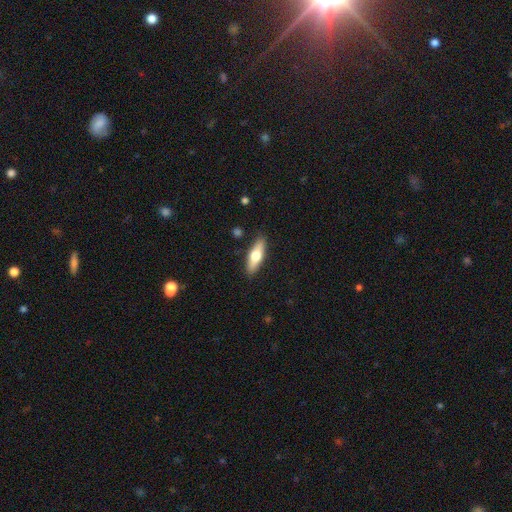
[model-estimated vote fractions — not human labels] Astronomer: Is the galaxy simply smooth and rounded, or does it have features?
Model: smooth — 59% (runner-up: featured or disk, 36%).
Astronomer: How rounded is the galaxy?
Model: in between — 51% (runner-up: cigar-shaped, 47%).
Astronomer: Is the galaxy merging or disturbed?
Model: none — 87%.